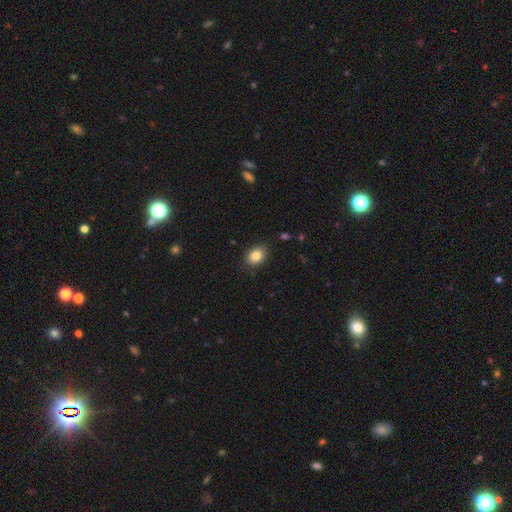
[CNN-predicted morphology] type=smooth (84%); roundness=in between (67%); merging=none (86%).